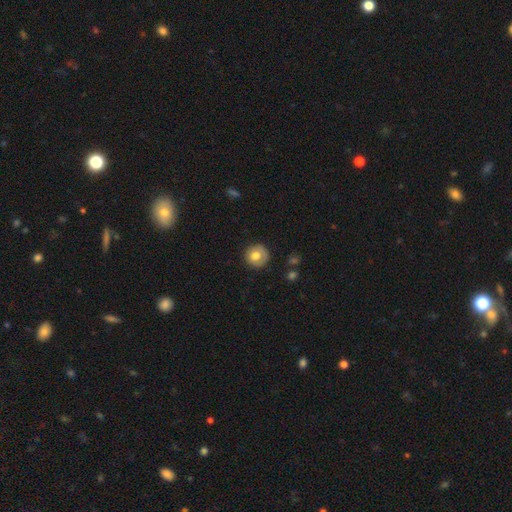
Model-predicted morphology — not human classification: Smooth or featured?
  - smooth: 72% *
  - featured or disk: 20%
  - star or artifact: 8%
How rounded?
  - round: 93% *
  - in between: 6%
  - cigar-shaped: 1%
Merging?
  - none: 84% *
  - minor disturbance: 11%
  - major disturbance: 3%
  - merger: 1%